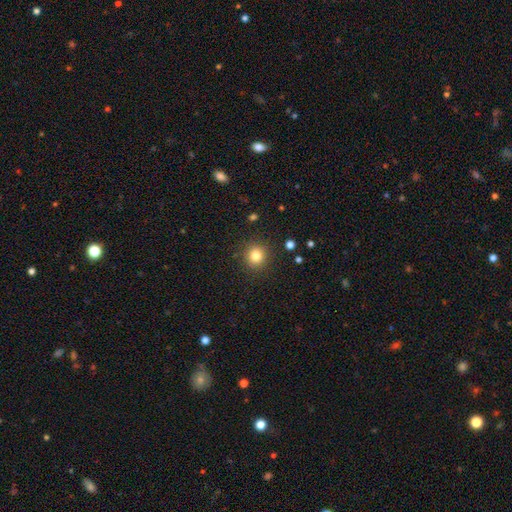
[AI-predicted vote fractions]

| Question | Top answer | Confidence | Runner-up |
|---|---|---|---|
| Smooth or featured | smooth | 82% | star or artifact (12%) |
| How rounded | round | 91% | in between (8%) |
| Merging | none | 90% | minor disturbance (7%) |